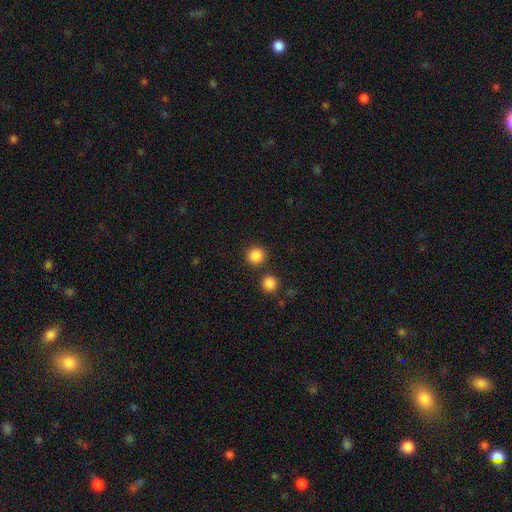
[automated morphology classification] smooth-or-featured: smooth: 86% | star or artifact: 11% | featured or disk: 3%
  how-rounded: round: 93% | in between: 6% | cigar-shaped: 1%
  merging: none: 84% | merger: 7% | minor disturbance: 6% | major disturbance: 3%